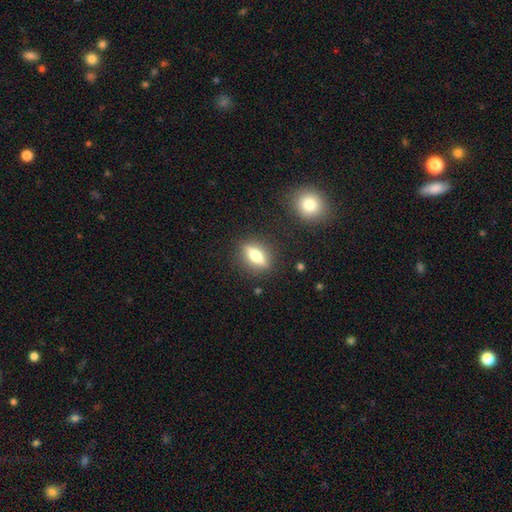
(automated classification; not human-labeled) Q: Smooth or featured?
A: featured or disk (51%); runner-up: smooth (41%)
Q: Edge-on disk?
A: yes (81%); runner-up: no (19%)
Q: Merging?
A: none (86%); runner-up: minor disturbance (8%)